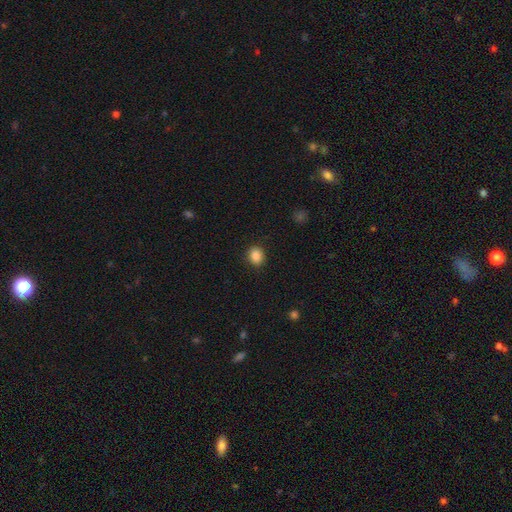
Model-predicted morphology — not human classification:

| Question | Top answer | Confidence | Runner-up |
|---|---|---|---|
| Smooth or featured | smooth | 87% | star or artifact (10%) |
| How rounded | round | 64% | in between (35%) |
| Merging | none | 90% | minor disturbance (7%) |